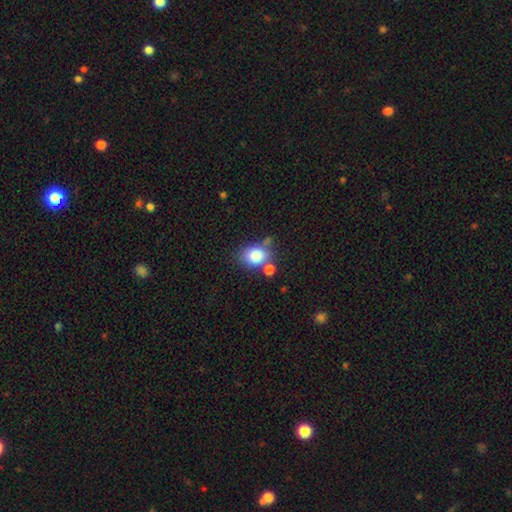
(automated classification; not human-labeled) Smooth or featured: smooth — 82% (star or artifact — 9%)
How rounded: in between — 52% (round — 47%)
Merging: none — 54% (merger — 24%)